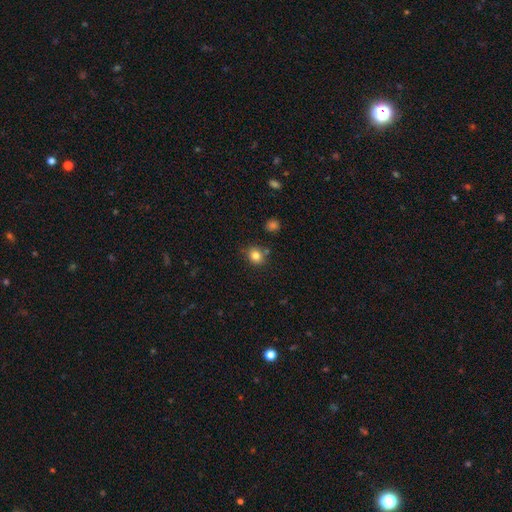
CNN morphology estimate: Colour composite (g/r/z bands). It shows a smooth galaxy with no disk features (82%) that is round (69%). Merging: none (78%).